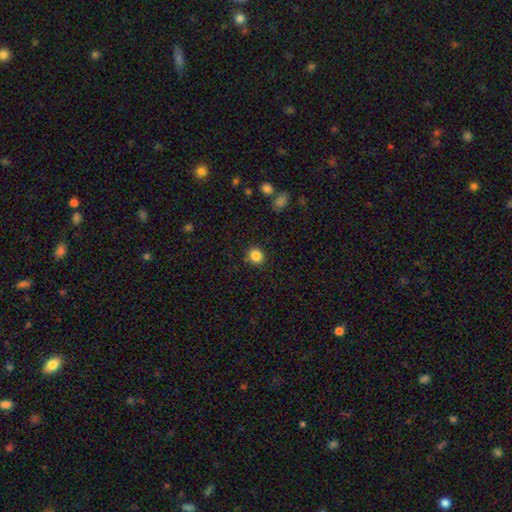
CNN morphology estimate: This is clearly a smooth galaxy (84%). How rounded: clearly round (83%). Merging: clearly none (89%).